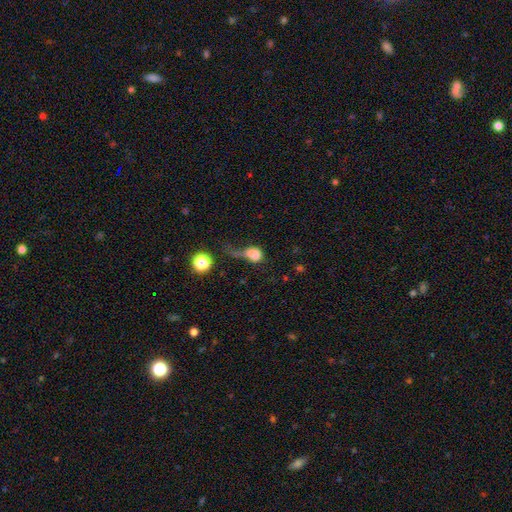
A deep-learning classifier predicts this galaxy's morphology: A smooth galaxy with no disk features (65%) that is round (53%). Merging: major disturbance (43%).